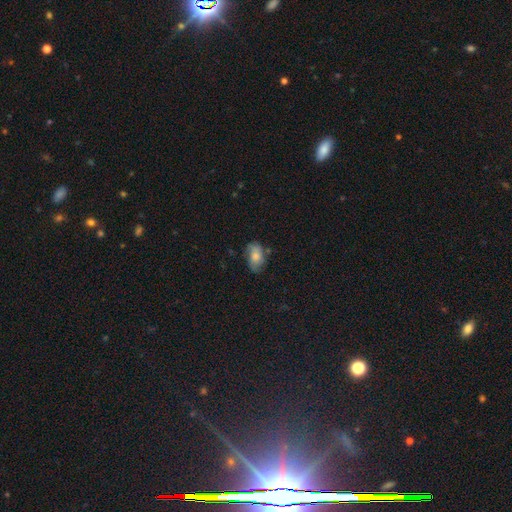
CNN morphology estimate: smooth-or-featured: smooth: 66% | featured or disk: 25% | star or artifact: 8%
  how-rounded: in between: 89% | round: 9% | cigar-shaped: 2%
  merging: none: 63% | minor disturbance: 27% | major disturbance: 7% | merger: 3%